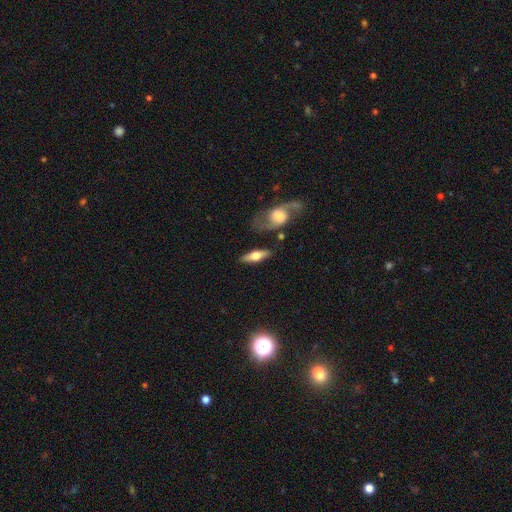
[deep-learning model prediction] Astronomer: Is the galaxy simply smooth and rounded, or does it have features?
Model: featured or disk — 49% (runner-up: smooth, 45%).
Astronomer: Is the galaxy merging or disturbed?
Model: none — 77%.